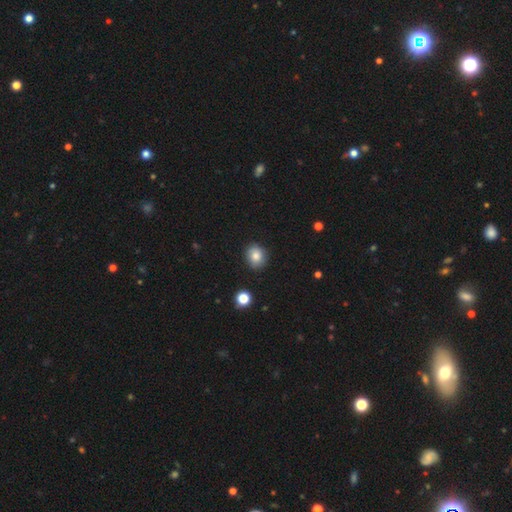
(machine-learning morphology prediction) Overall: smooth (83%). How rounded: round (66%; in between 33%). Merging: none (86%).